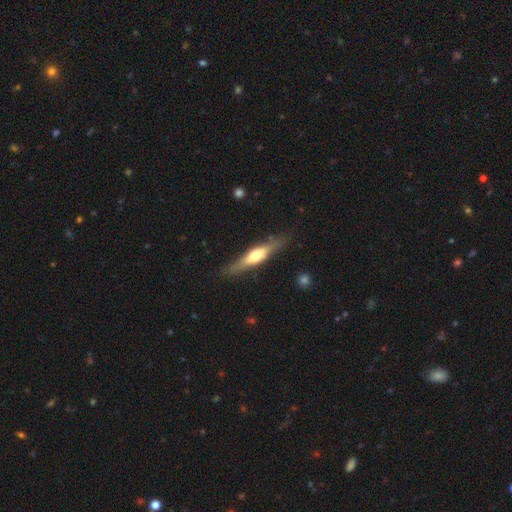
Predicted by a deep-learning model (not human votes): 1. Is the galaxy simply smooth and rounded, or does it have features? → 62% featured or disk, 33% smooth, 5% star or artifact.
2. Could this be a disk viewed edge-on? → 92% yes, 8% no.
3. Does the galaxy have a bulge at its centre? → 87% rounded, 8% boxy, 4% none.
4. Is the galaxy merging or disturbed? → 83% none, 12% minor disturbance, 3% major disturbance, 2% merger.